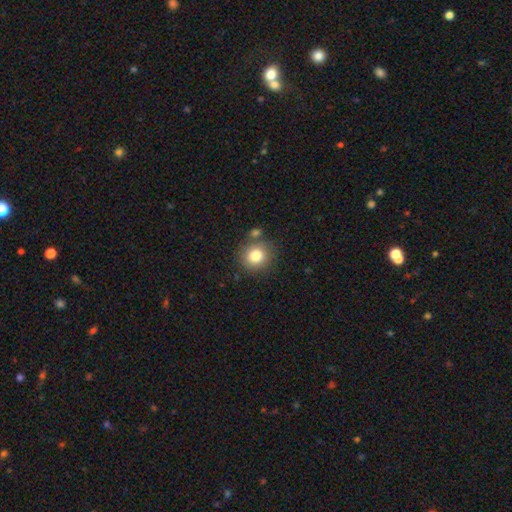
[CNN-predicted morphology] type=smooth (82%); roundness=round (86%); merging=none (73%).